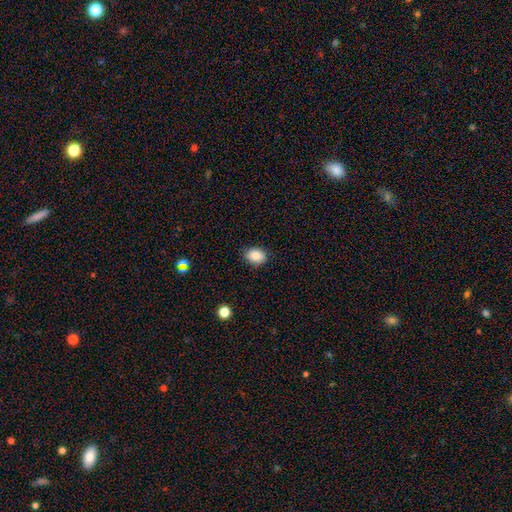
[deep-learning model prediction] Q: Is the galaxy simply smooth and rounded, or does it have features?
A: smooth — 87%.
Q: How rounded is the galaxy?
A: in between — 73%.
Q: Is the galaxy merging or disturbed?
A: none — 85%.